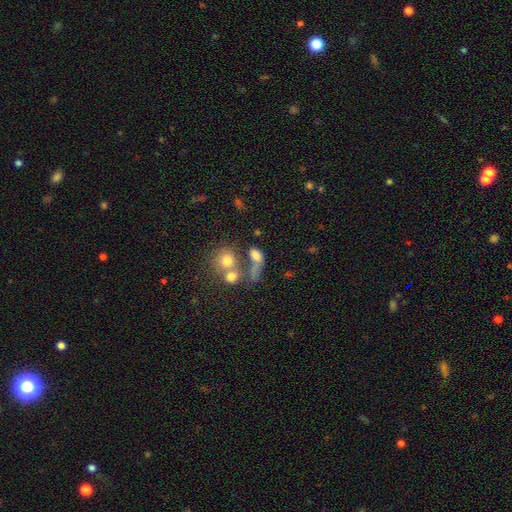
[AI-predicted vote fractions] This is likely a smooth galaxy (70%). How rounded: likely in between (70%). Merging: marginally merger (40%).